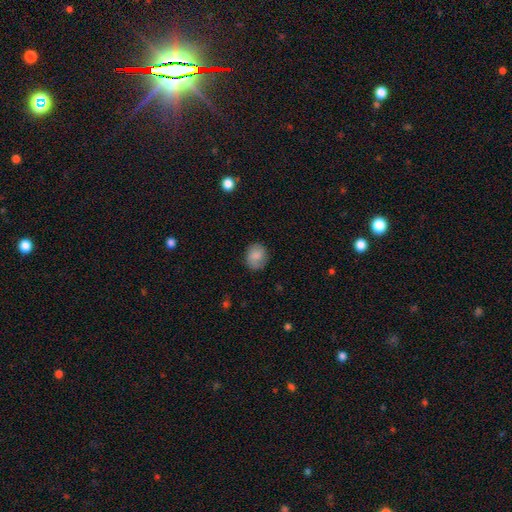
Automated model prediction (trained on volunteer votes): Smooth or featured? Predicted: smooth (p=0.82). How rounded? Predicted: round (p=0.64). Merging? Predicted: none (p=0.80).